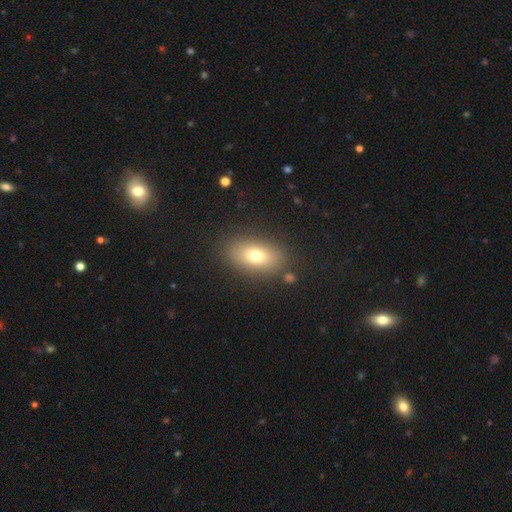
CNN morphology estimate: smooth 74%, featured or disk 15%, star or artifact 10%. Down the decision tree: how rounded — in between (86%); merging — none (85%).